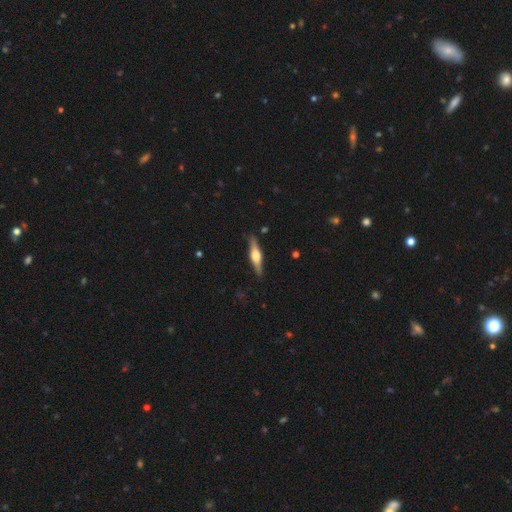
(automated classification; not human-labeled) Morphology: type=featured or disk (69%); edge-on=yes (97%); edge-on bulge=rounded (92%); merging=none (88%).